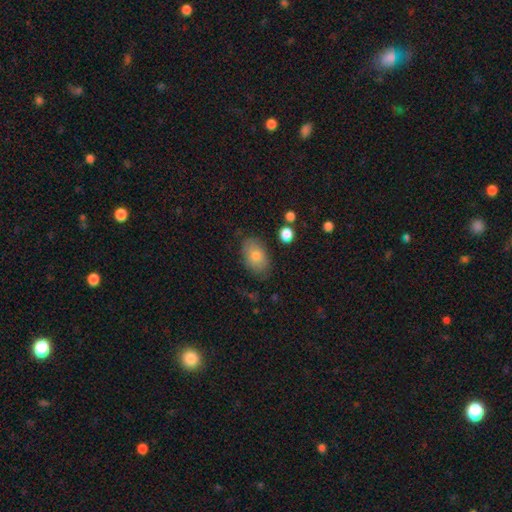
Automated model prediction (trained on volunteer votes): Morphology: type=smooth (77%); roundness=in between (88%); merging=none (79%).